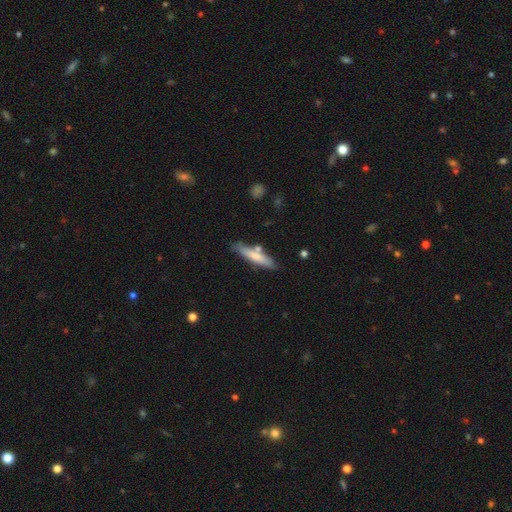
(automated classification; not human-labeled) This appears to be a smooth galaxy with no disk features (70%) that is cigar-shaped (85%). Merging: none (75%).